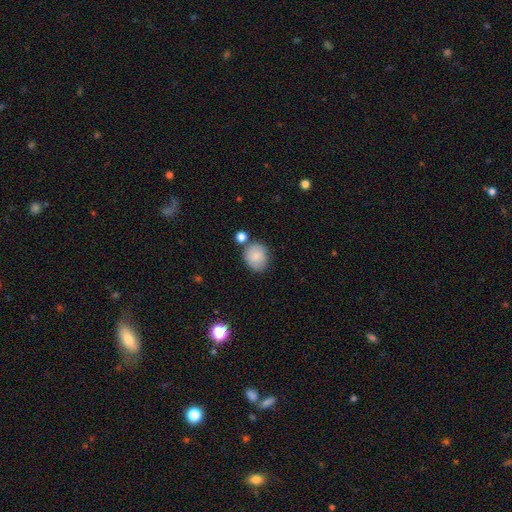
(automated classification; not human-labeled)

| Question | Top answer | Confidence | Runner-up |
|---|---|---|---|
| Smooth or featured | smooth | 81% | featured or disk (11%) |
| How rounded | round | 69% | in between (30%) |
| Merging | none | 65% | minor disturbance (18%) |